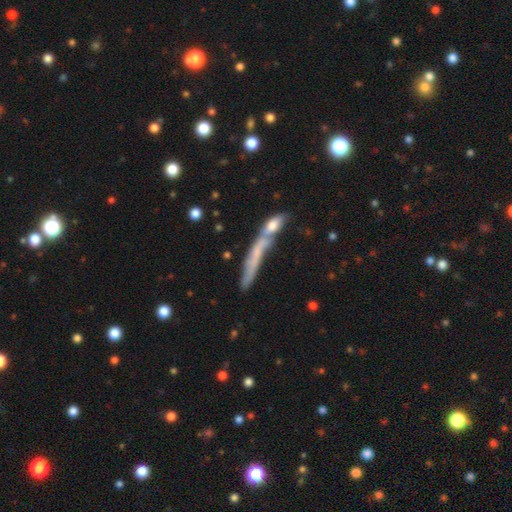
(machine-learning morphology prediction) Smooth or featured? Predicted: smooth (p=0.52). How rounded? Predicted: cigar-shaped (p=0.90). Merging? Predicted: none (p=0.42).